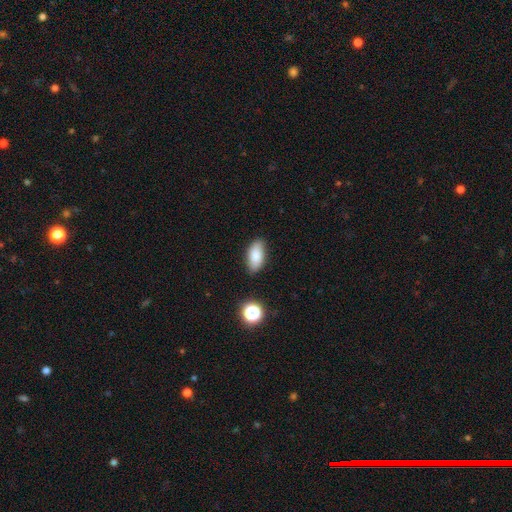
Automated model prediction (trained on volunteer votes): The model was most divided on "merging": none: 84%, minor disturbance: 12%, major disturbance: 2%, merger: 2%. More confident: how rounded — in between (90%); smooth or featured — smooth (83%).